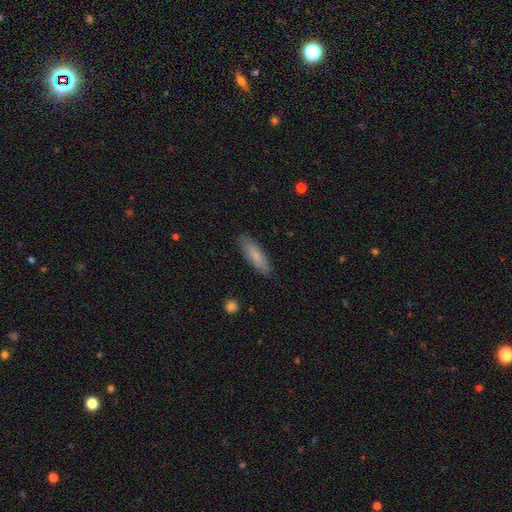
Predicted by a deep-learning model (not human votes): Smooth or featured? Predicted: smooth (p=0.77). How rounded? Predicted: cigar-shaped (p=0.57). Merging? Predicted: none (p=0.88).